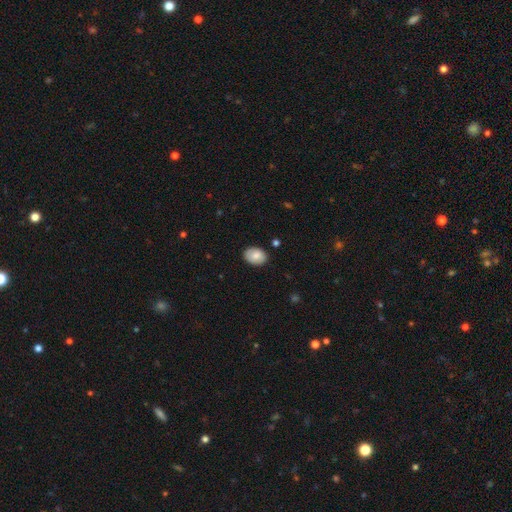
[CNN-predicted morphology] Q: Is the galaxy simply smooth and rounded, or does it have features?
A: smooth — 80%.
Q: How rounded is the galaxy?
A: in between — 70%.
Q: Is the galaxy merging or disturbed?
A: none — 86%.